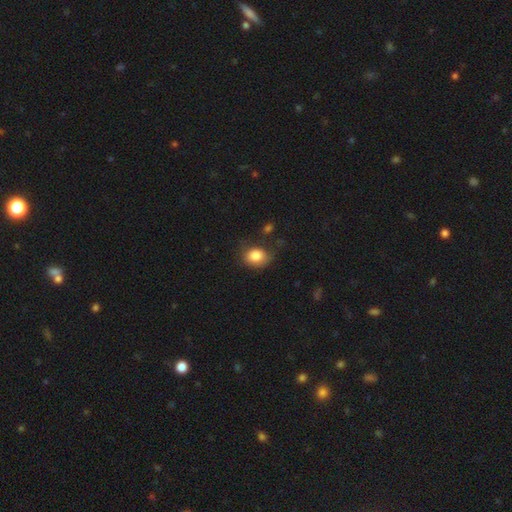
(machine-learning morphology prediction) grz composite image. It shows a smooth galaxy with no disk features (83%) that is in between round and cigar-shaped (57%). Merging: none (58%).